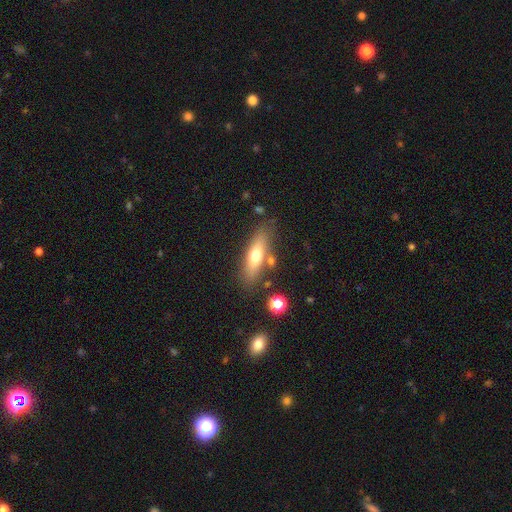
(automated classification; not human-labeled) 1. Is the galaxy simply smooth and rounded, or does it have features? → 61% smooth, 31% featured or disk, 7% star or artifact.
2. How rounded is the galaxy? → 53% cigar-shaped, 44% in between, 3% round.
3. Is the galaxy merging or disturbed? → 75% none, 14% minor disturbance, 8% merger, 4% major disturbance.